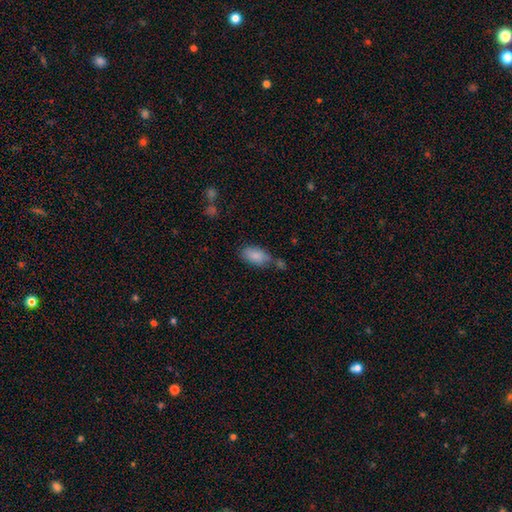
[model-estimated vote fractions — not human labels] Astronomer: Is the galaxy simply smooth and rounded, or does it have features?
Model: smooth — 86%.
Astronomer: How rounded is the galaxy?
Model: in between — 93%.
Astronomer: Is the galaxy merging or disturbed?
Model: none — 60%.